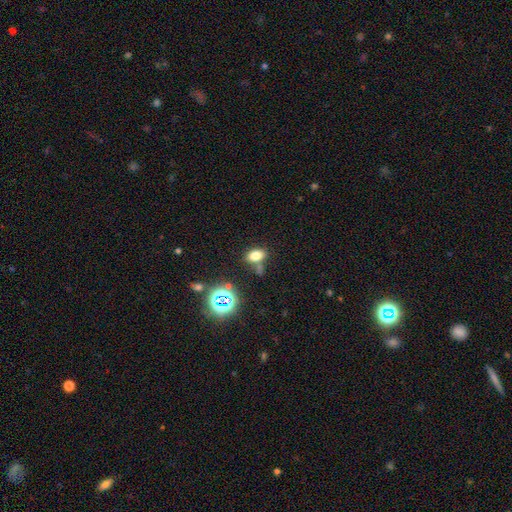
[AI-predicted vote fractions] smooth 71%, star or artifact 19%, featured or disk 10%. Down the decision tree: how rounded — in between (82%); merging — none (63%).